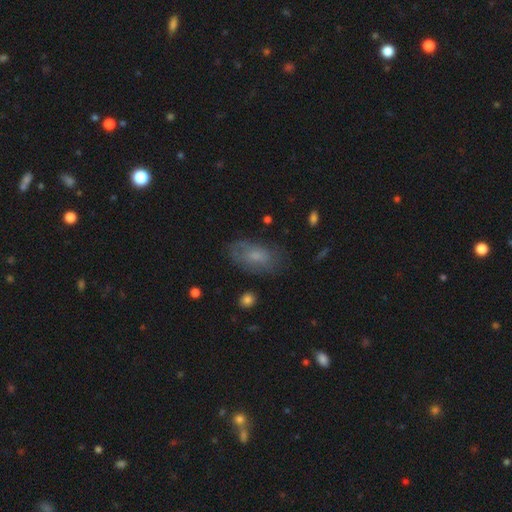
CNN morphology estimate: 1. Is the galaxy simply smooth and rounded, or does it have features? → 57% smooth, 34% featured or disk, 9% star or artifact.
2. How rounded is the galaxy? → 90% in between, 5% round, 5% cigar-shaped.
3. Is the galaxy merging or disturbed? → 69% none, 22% minor disturbance, 8% major disturbance, 2% merger.